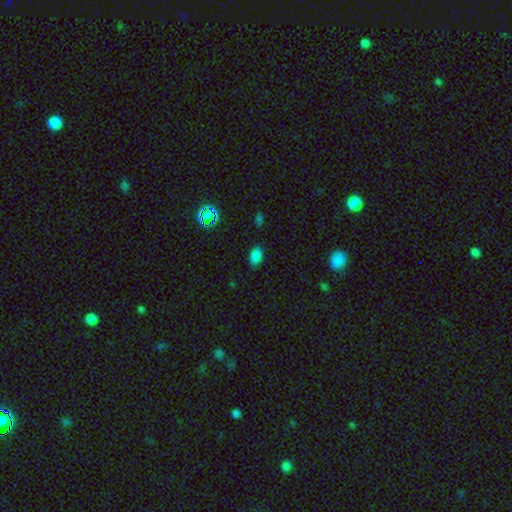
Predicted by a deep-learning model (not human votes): smooth 79%, star or artifact 17%, featured or disk 4%. Down the decision tree: how rounded — in between (89%); merging — none (82%).